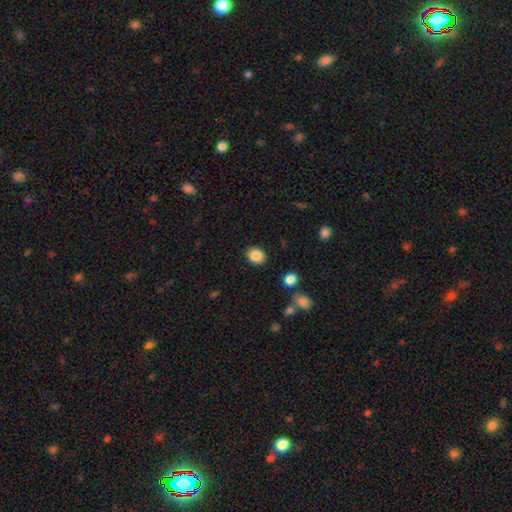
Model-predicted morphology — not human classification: The model was most divided on "how rounded": round: 59%, in between: 40%, cigar-shaped: 1%. More confident: merging — none (88%); smooth or featured — smooth (87%).